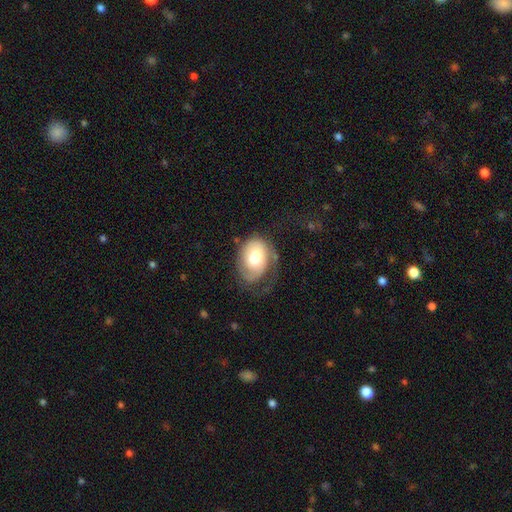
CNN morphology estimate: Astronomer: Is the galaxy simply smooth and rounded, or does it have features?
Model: featured or disk — 51% (runner-up: smooth, 42%).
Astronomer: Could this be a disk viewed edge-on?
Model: no — 96%.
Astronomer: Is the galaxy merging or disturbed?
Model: none — 45% (runner-up: major disturbance, 27%).